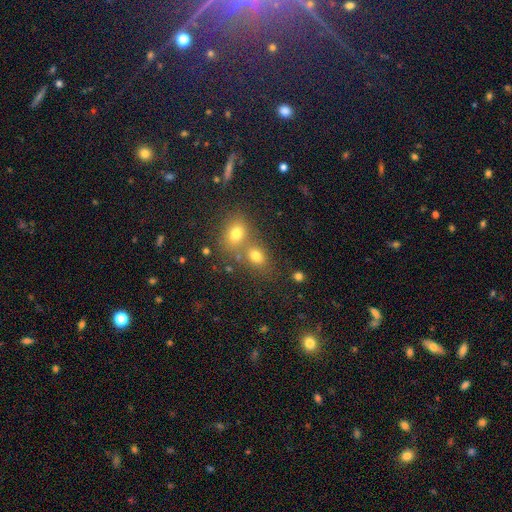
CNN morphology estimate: Smooth or featured: smooth — 73% (star or artifact — 16%)
How rounded: in between — 60% (round — 38%)
Merging: none — 44% (merger — 43%)